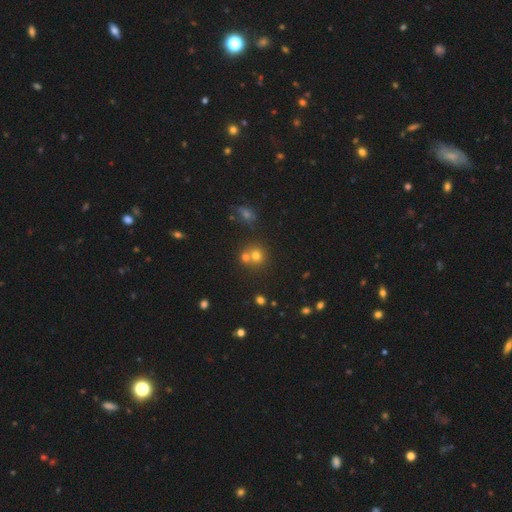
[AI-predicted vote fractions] Overall: smooth (68%). How rounded: round (86%). Merging: none (50%; merger 41%).